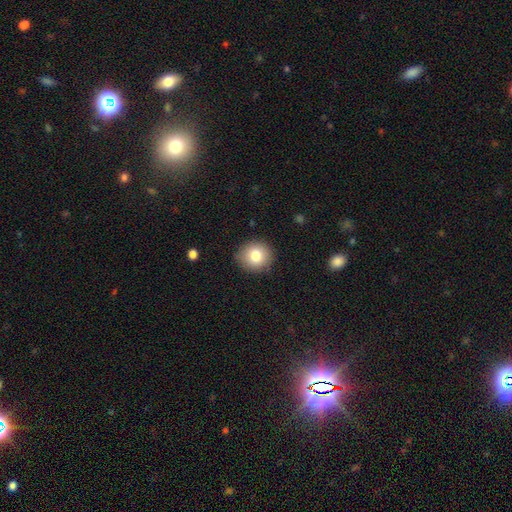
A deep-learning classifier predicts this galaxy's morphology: Smooth or featured: smooth — 80% (featured or disk — 10%)
How rounded: round — 87% (in between — 12%)
Merging: none — 87% (minor disturbance — 9%)